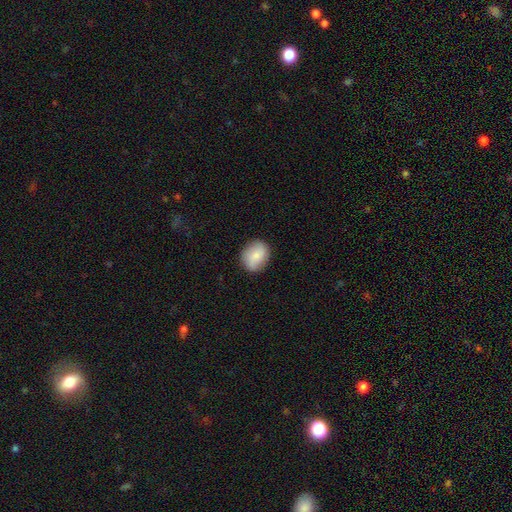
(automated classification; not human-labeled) This is likely a smooth galaxy (76%). How rounded: likely round (60%). Merging: clearly none (84%).